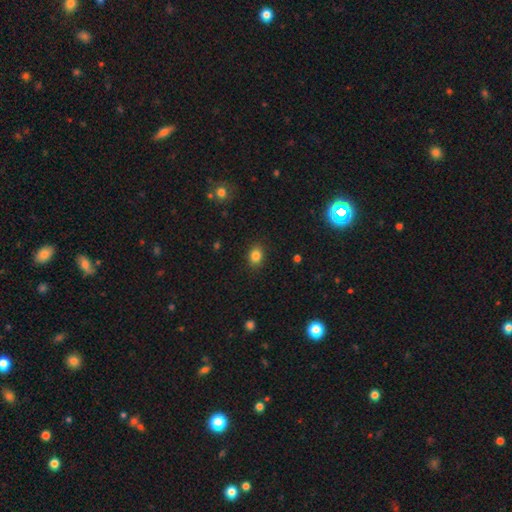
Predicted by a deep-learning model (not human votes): Q: Smooth or featured?
A: smooth (84%); runner-up: star or artifact (11%)
Q: How rounded?
A: in between (55%); runner-up: round (44%)
Q: Merging?
A: none (87%); runner-up: minor disturbance (9%)